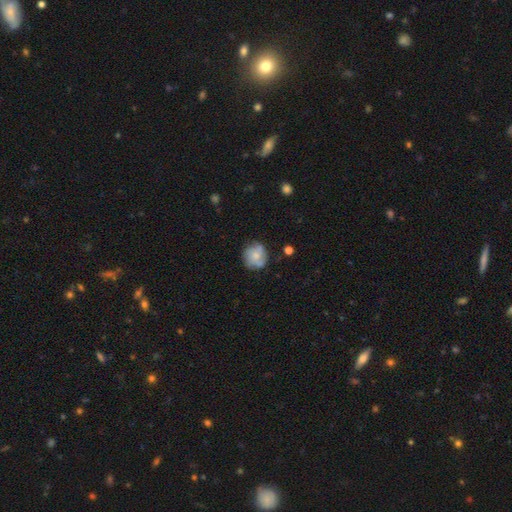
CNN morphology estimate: smooth 49%, featured or disk 43%, star or artifact 8%. Down the decision tree: merging — none (71%).